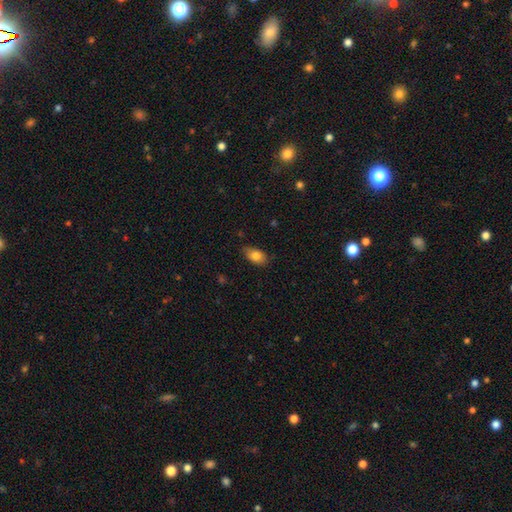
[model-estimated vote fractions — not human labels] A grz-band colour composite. It shows a smooth galaxy with no disk features (82%) that is in between round and cigar-shaped (90%). Merging: none (80%).